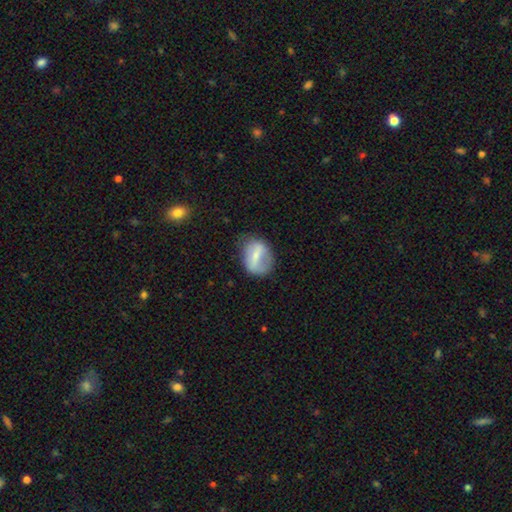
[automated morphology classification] A smooth galaxy with no disk features (52%) that is in between round and cigar-shaped (61%).

Vote fractions:
- Smooth or featured? smooth: 52% / featured or disk: 41% / star or artifact: 7%
- How rounded? in between: 61% / round: 36% / cigar-shaped: 2%
- Merging? none: 59% / minor disturbance: 27% / major disturbance: 13% / merger: 2%